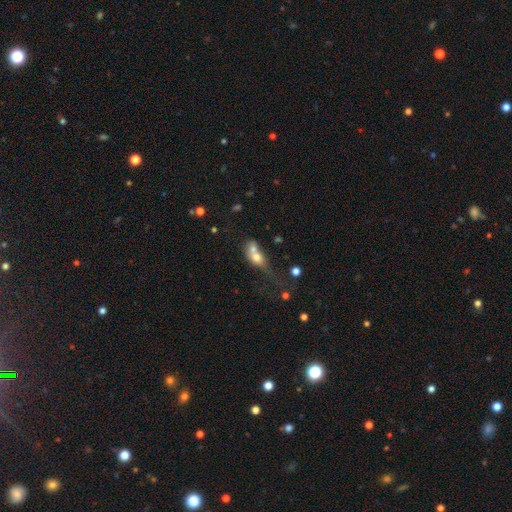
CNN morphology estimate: Smooth or featured? Predicted: smooth (p=0.65). How rounded? Predicted: in between (p=0.61). Merging? Predicted: merger (p=0.64).